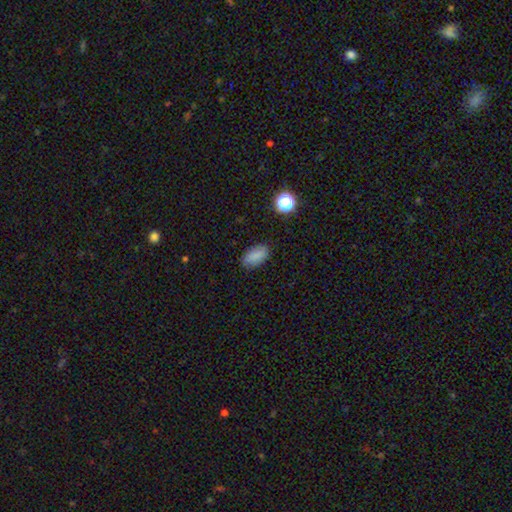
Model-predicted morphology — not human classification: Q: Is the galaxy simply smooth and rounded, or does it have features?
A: smooth — 84%.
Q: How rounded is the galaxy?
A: in between — 91%.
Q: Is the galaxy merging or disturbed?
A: none — 84%.